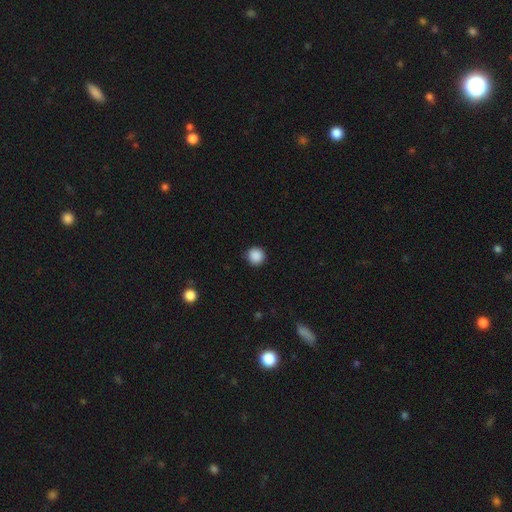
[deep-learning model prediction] Overall: smooth (89%). How rounded: round (95%). Merging: none (92%).